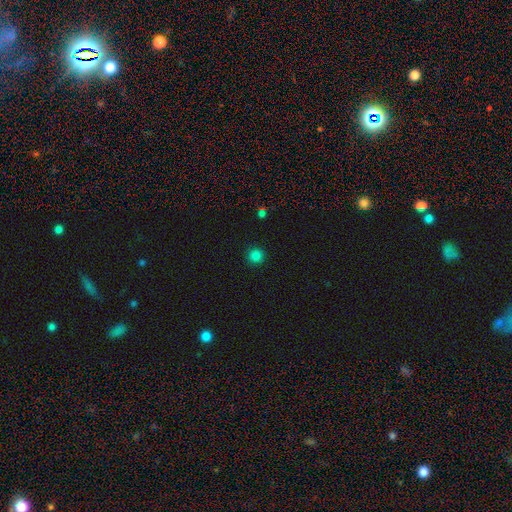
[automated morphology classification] Overall: smooth (83%). How rounded: round (95%). Merging: none (92%).